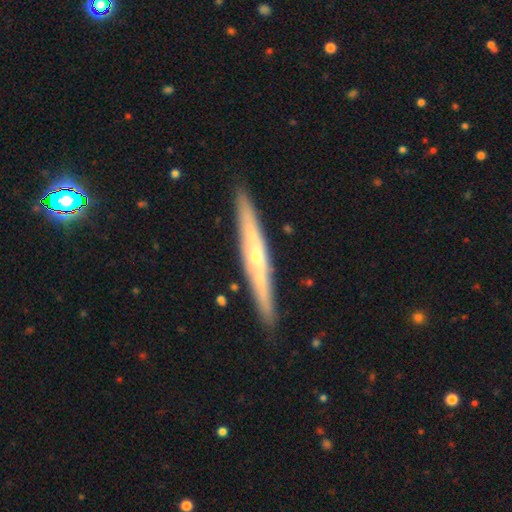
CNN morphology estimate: Q: Smooth or featured?
A: featured or disk (71%); runner-up: smooth (23%)
Q: Edge-on disk?
A: yes (94%); runner-up: no (6%)
Q: Edge-on bulge?
A: rounded (69%); runner-up: none (26%)
Q: Merging?
A: none (90%); runner-up: minor disturbance (7%)